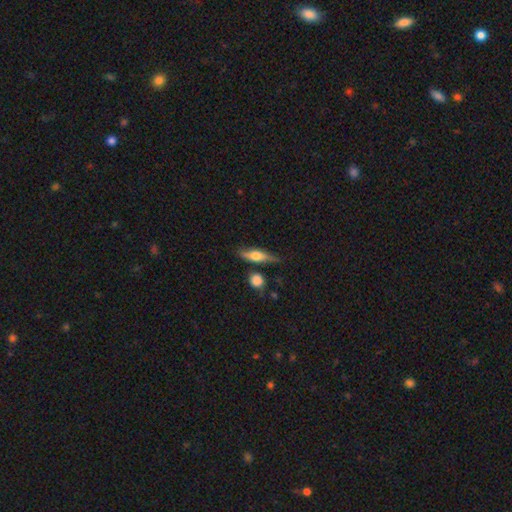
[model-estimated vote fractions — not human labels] Smooth or featured? featured or disk (48%)
Merging? none (71%)